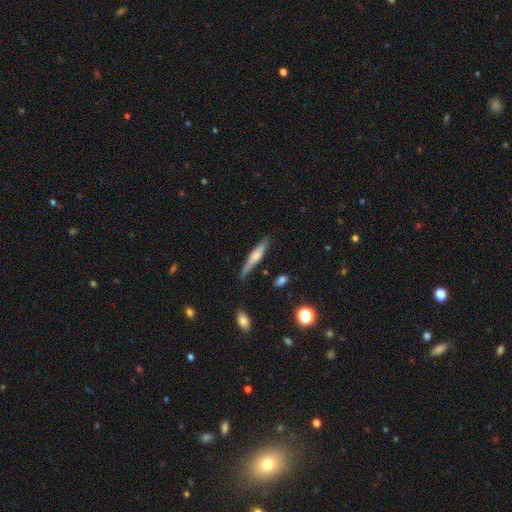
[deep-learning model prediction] Smooth or featured? Predicted: featured or disk (p=0.49). Merging? Predicted: none (p=0.75).